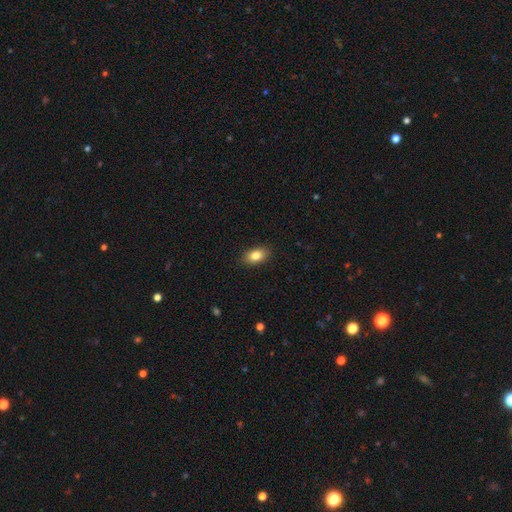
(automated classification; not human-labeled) Smooth or featured: smooth — 83% (featured or disk — 9%)
How rounded: in between — 89% (round — 9%)
Merging: none — 89% (minor disturbance — 8%)